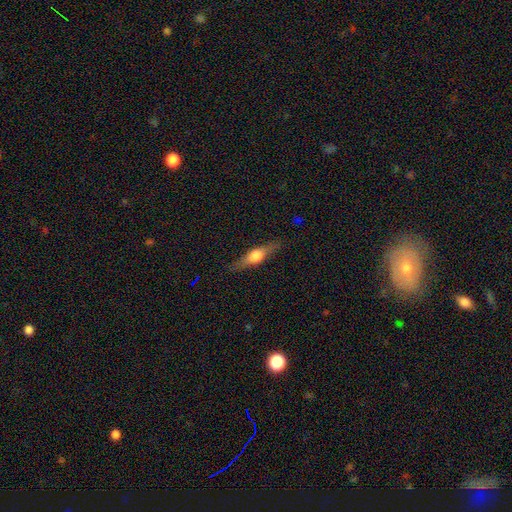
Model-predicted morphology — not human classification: This appears to be a featured or disk galaxy (55%) viewed edge-on (93%) with a rounded central bulge (92%). Merging: none (85%).